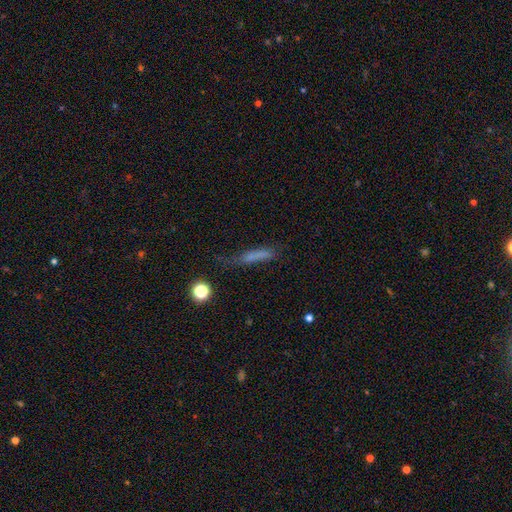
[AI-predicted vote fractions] A smooth galaxy with no disk features (66%) that is cigar-shaped (85%). Merging: none (53%).